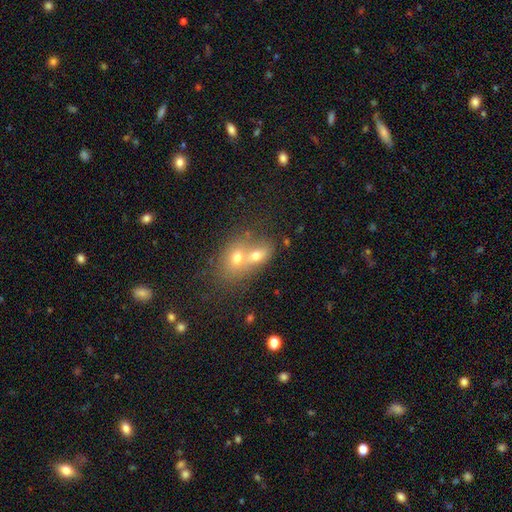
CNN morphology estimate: This appears to be a smooth galaxy with no disk features (65%) that is in between round and cigar-shaped (64%). Merging: merger (73%).